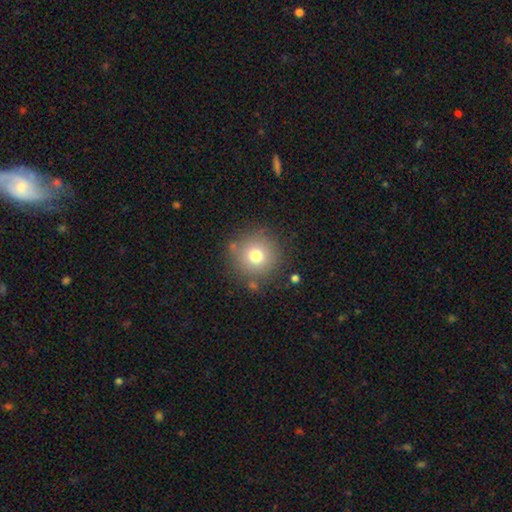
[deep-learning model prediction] A smooth galaxy with no disk features (74%) that is round (94%). Merging: none (82%).